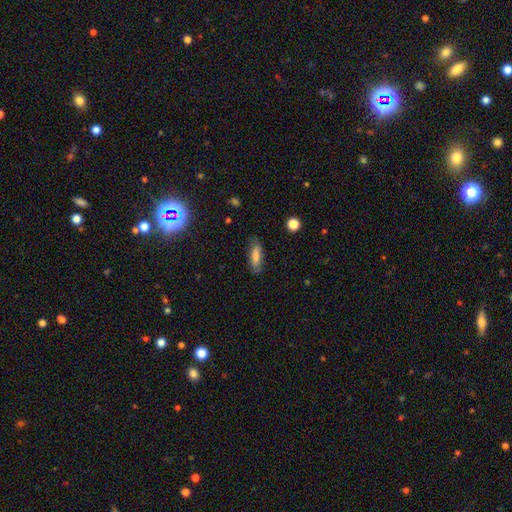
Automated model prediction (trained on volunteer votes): A smooth galaxy with no disk features (75%) that is in between round and cigar-shaped (53%). Merging: none (77%).